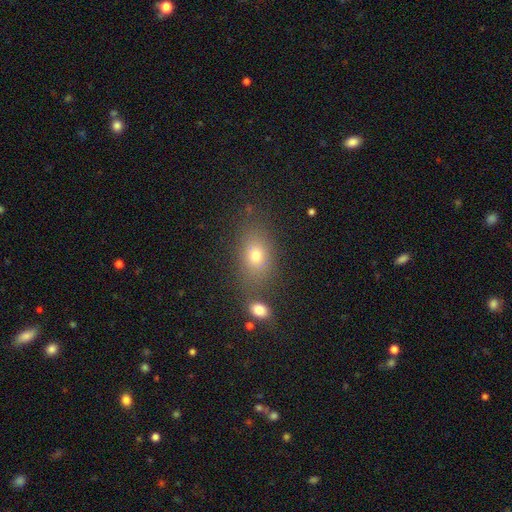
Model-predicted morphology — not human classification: Overall: smooth (71%). How rounded: in between (75%). Merging: none (70%).